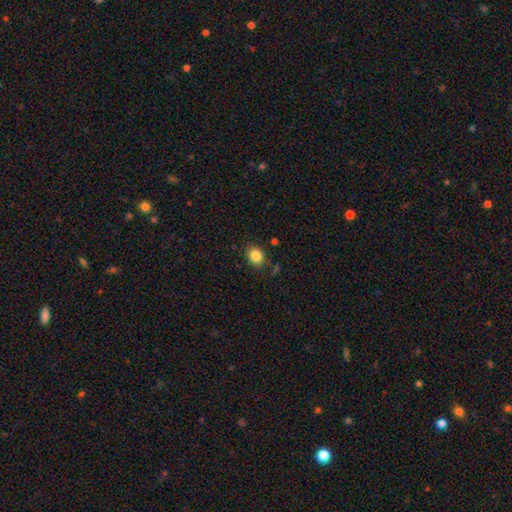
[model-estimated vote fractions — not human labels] This is clearly a smooth galaxy (85%). How rounded: possibly round (52%). Merging: clearly none (83%).